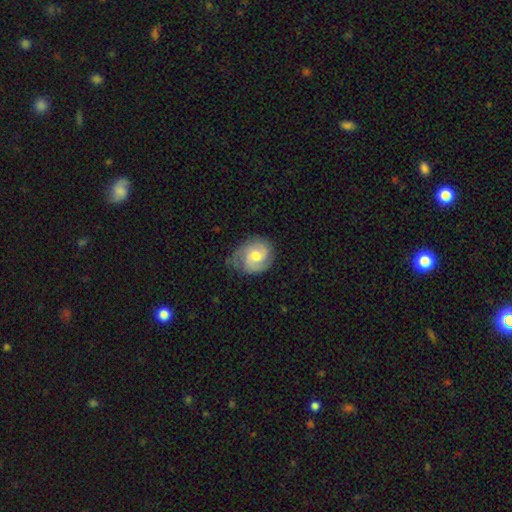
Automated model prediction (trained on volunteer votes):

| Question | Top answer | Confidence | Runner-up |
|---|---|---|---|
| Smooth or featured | featured or disk | 67% | smooth (27%) |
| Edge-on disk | no | 97% | yes (3%) |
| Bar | no | 62% | weak (33%) |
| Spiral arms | yes | 92% | no (8%) |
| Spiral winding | medium | 43% | tight (42%) |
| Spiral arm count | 2 | 64% | can't tell (15%) |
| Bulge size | moderate | 69% | small (23%) |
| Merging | none | 65% | minor disturbance (26%) |